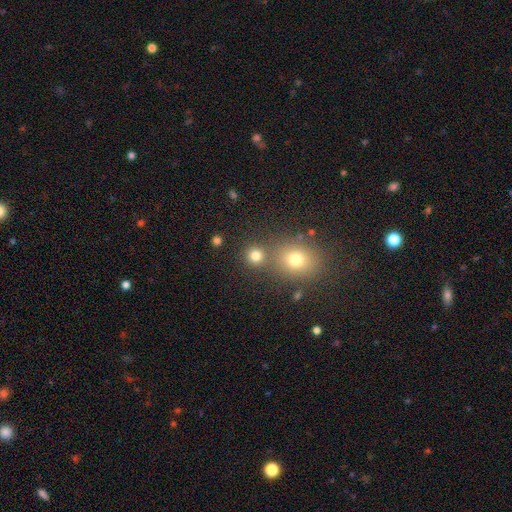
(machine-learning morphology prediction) This appears to be a smooth galaxy with no disk features (78%) that is round (88%). Merging: none (72%).